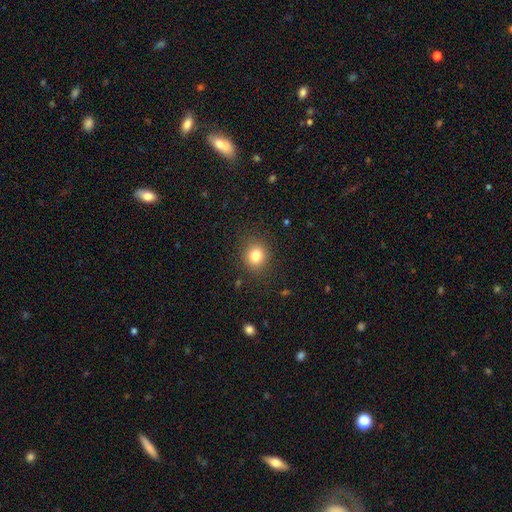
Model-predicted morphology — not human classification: A smooth galaxy with no disk features (81%) that is round (83%).

Vote fractions:
- Smooth or featured? smooth: 81% / star or artifact: 12% / featured or disk: 7%
- How rounded? round: 83% / in between: 16% / cigar-shaped: 1%
- Merging? none: 88% / minor disturbance: 8% / major disturbance: 3% / merger: 1%